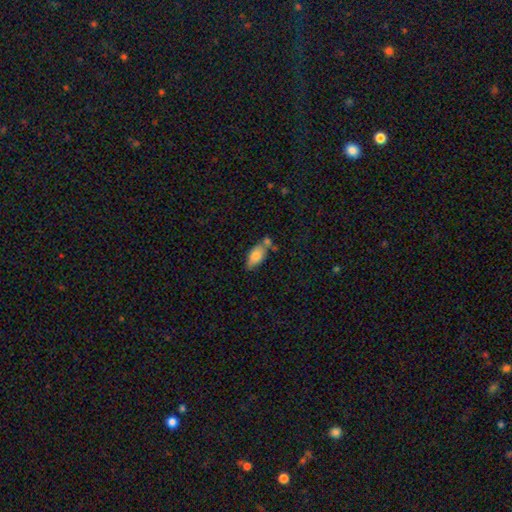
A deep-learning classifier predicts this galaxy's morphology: Smooth or featured? Predicted: smooth (p=0.78). How rounded? Predicted: in between (p=0.89). Merging? Predicted: none (p=0.48).